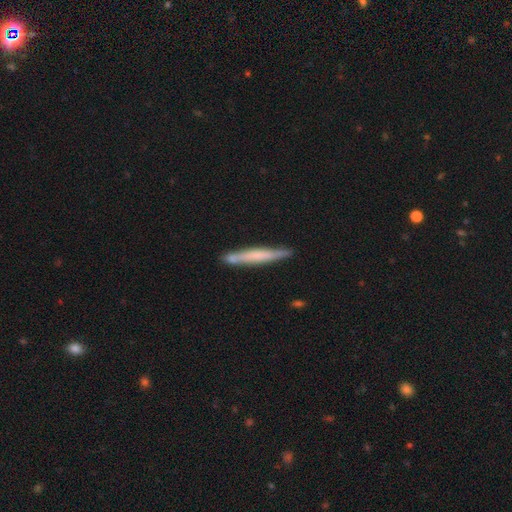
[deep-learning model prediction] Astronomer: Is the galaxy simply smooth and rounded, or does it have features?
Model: smooth — 48% (runner-up: featured or disk, 46%).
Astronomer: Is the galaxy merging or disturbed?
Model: none — 83%.